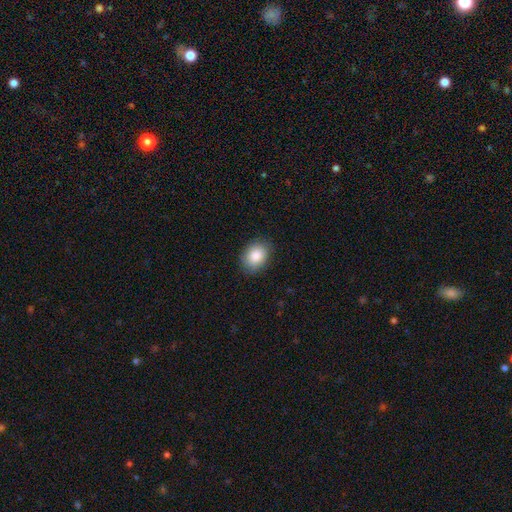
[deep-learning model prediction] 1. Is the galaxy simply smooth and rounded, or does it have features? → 86% smooth, 7% star or artifact, 6% featured or disk.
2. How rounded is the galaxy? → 72% in between, 27% round, 1% cigar-shaped.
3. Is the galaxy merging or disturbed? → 86% none, 11% minor disturbance, 2% major disturbance, 1% merger.